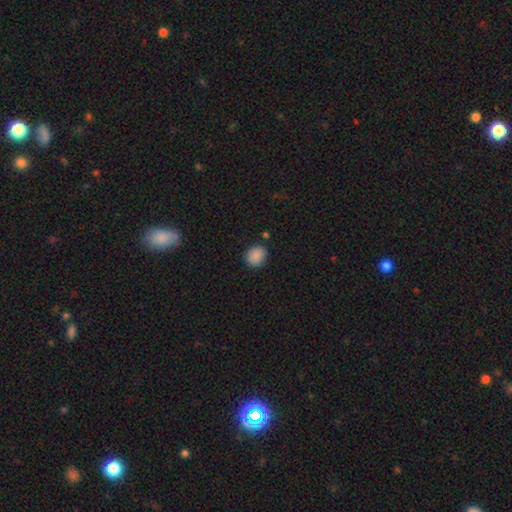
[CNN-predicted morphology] Q: Smooth or featured?
A: smooth (88%); runner-up: star or artifact (9%)
Q: How rounded?
A: round (71%); runner-up: in between (28%)
Q: Merging?
A: none (86%); runner-up: minor disturbance (10%)